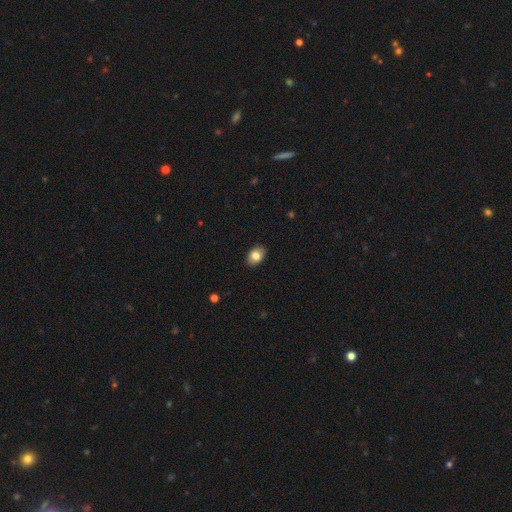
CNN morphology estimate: smooth 82%, featured or disk 10%, star or artifact 8%. Down the decision tree: how rounded — in between (80%); merging — none (88%).